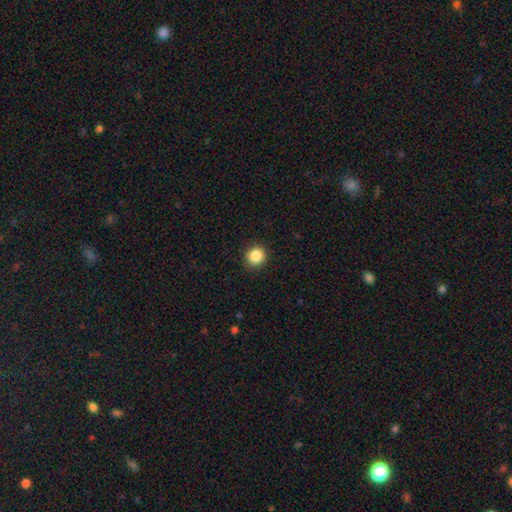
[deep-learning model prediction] This is clearly a smooth galaxy (87%). How rounded: clearly round (90%). Merging: clearly none (91%).